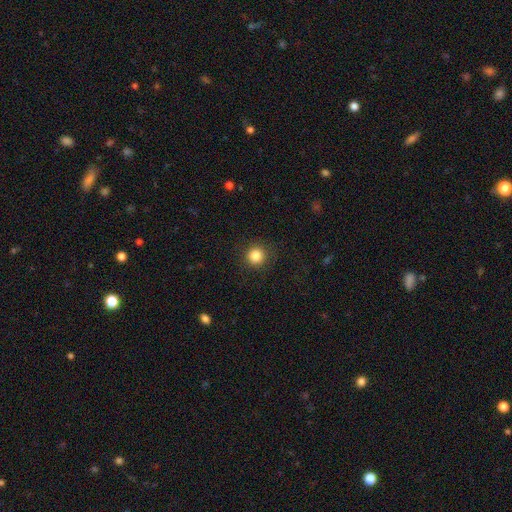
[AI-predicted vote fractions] smooth-or-featured: smooth: 85% | star or artifact: 11% | featured or disk: 4%
  how-rounded: round: 94% | in between: 5% | cigar-shaped: 1%
  merging: none: 89% | minor disturbance: 7% | major disturbance: 3% | merger: 1%